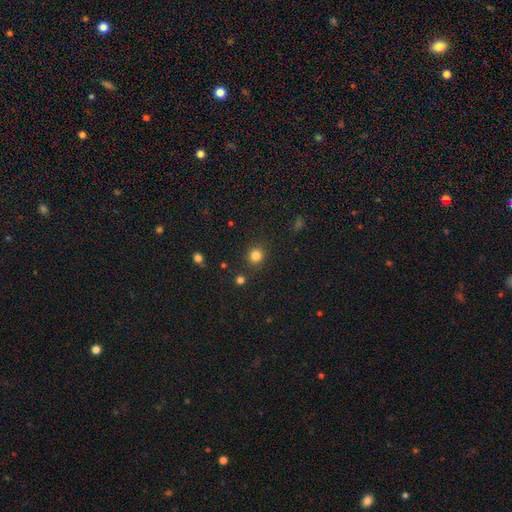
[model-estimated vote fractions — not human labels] This is clearly a smooth galaxy (82%). How rounded: clearly round (89%). Merging: clearly none (89%).